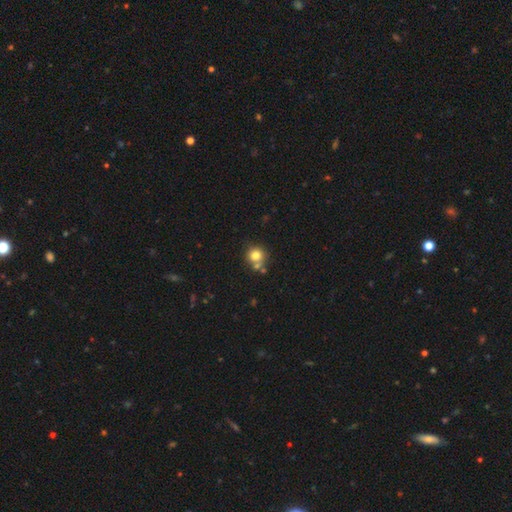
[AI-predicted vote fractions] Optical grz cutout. It shows a smooth galaxy with no disk features (78%) that is round (90%). Merging: none (64%).